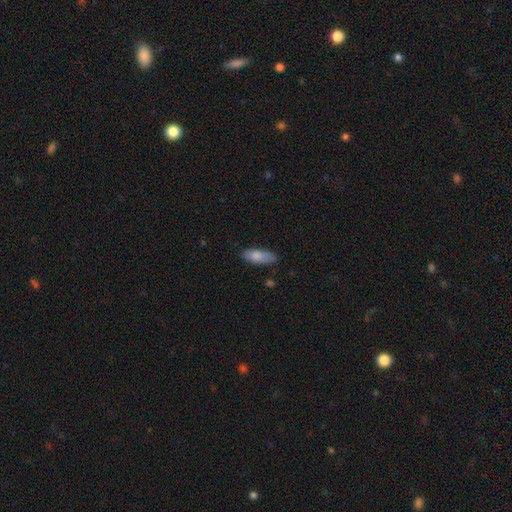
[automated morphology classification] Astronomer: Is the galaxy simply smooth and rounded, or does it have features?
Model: smooth — 84%.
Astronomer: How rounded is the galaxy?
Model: in between — 72%.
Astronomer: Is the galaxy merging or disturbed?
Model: none — 78%.